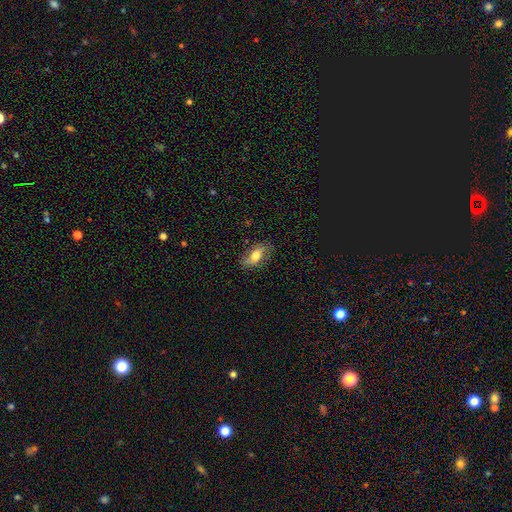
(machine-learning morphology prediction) smooth 54%, featured or disk 38%, star or artifact 8%. Down the decision tree: how rounded — in between (84%); merging — none (74%).